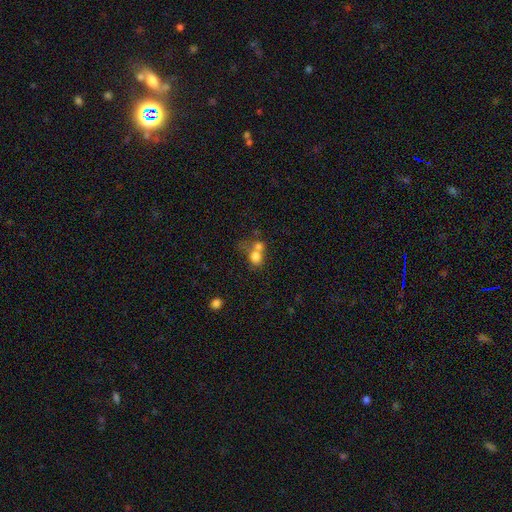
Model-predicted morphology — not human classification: The model was most divided on "how rounded": round: 61%, in between: 38%, cigar-shaped: 1%. More confident: smooth or featured — smooth (75%); merging — merger (61%).